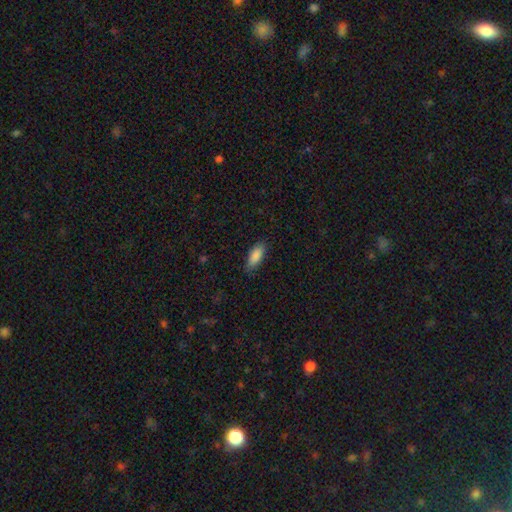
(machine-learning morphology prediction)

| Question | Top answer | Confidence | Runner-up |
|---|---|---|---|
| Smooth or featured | smooth | 88% | star or artifact (6%) |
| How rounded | in between | 78% | cigar-shaped (20%) |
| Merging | none | 84% | minor disturbance (13%) |